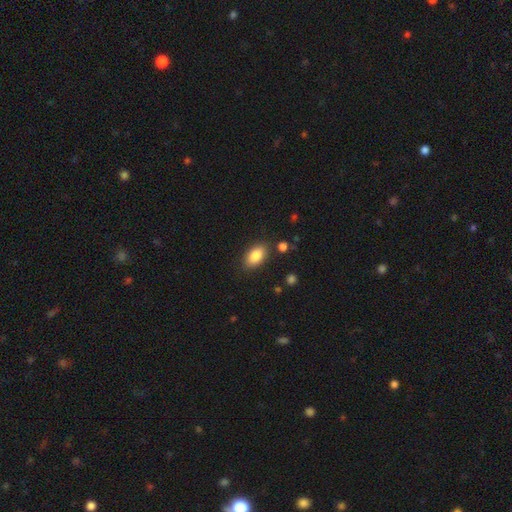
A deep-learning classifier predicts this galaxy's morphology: Smooth or featured? smooth (86%)
How rounded? in between (91%)
Merging? none (84%)